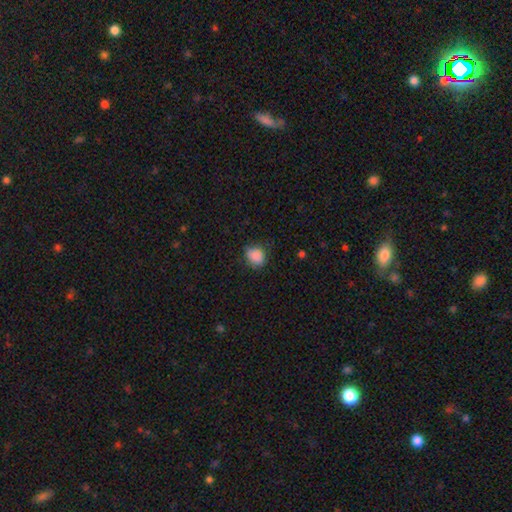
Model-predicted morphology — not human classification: Smooth or featured? smooth (87%)
How rounded? round (51%)
Merging? none (71%)